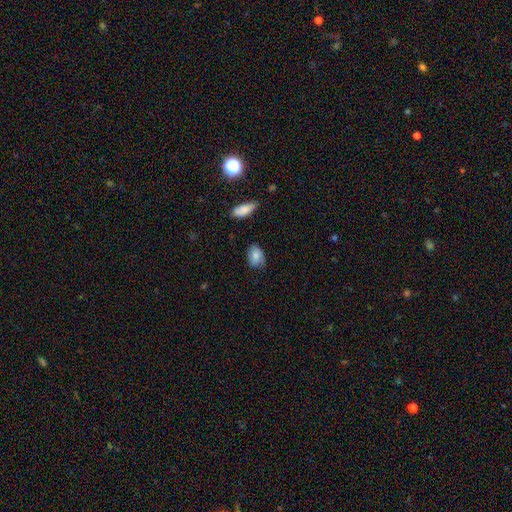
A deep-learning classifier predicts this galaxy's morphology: Smooth or featured? Predicted: smooth (p=0.83). How rounded? Predicted: in between (p=0.81). Merging? Predicted: none (p=0.74).